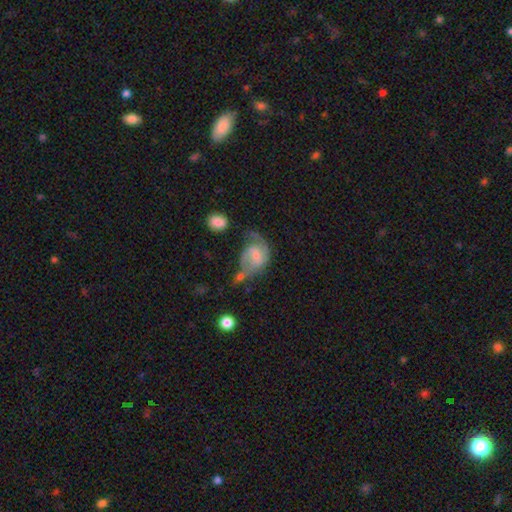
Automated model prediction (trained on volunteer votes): Smooth or featured: featured or disk — 65% (smooth — 28%)
Edge-on disk: no — 97% (yes — 3%)
Bar: no — 48% (weak — 43%)
Spiral arms: yes — 87% (no — 13%)
Spiral winding: medium — 46% (loose — 34%)
Spiral arm count: 2 — 73% (1 — 12%)
Bulge size: small — 48% (moderate — 25%)
Merging: major disturbance — 30% (none — 29%)